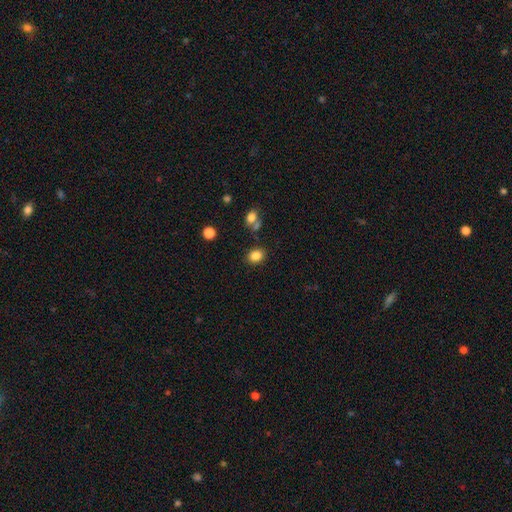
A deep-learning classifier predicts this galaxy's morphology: Smooth or featured? Predicted: smooth (p=0.84). How rounded? Predicted: in between (p=0.52). Merging? Predicted: none (p=0.82).